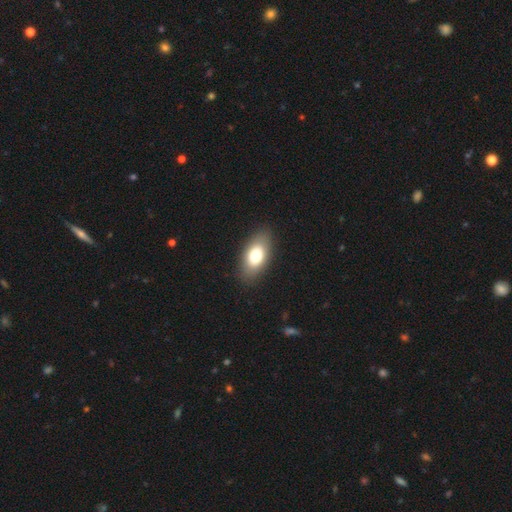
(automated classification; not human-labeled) Overall: smooth (75%). How rounded: in between (91%). Merging: none (87%).